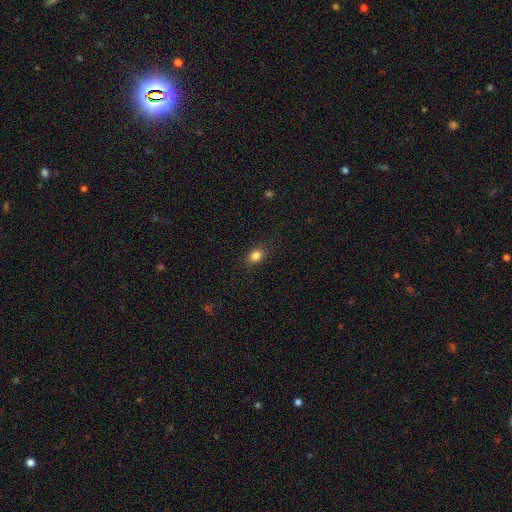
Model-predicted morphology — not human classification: type=smooth (84%); roundness=in between (66%); merging=none (86%).